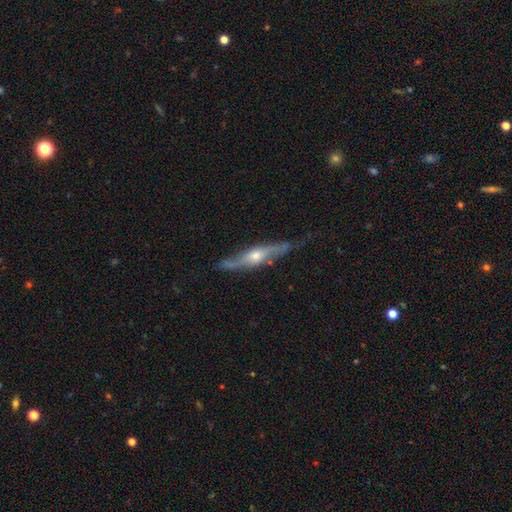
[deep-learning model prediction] Q: Smooth or featured?
A: featured or disk (76%); runner-up: smooth (18%)
Q: Edge-on disk?
A: yes (78%); runner-up: no (22%)
Q: Edge-on bulge?
A: rounded (86%); runner-up: none (8%)
Q: Merging?
A: none (68%); runner-up: minor disturbance (24%)